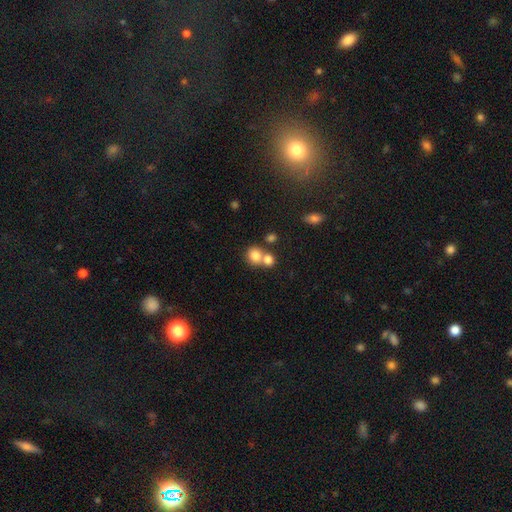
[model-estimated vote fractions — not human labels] This is likely a smooth galaxy (79%). How rounded: clearly round (80%). Merging: possibly merger (48%).